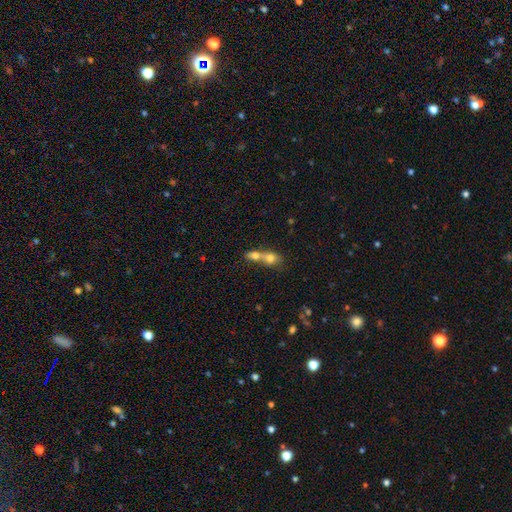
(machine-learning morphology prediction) smooth_or_featured: smooth (p=0.62) [alt: featured or disk p=0.20]
how_rounded: in between (p=0.52) [alt: round p=0.36]
merging: merger (p=0.59) [alt: none p=0.30]